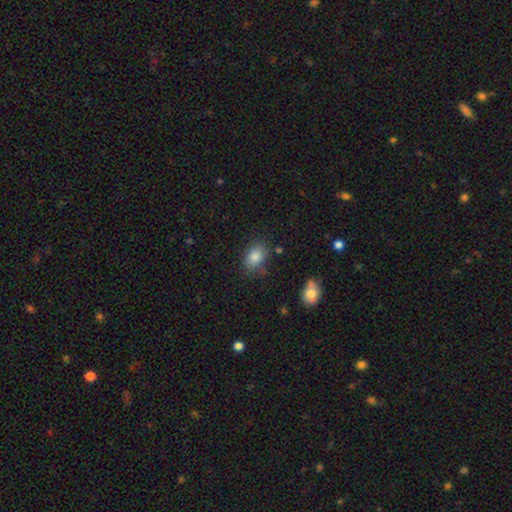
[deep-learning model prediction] A smooth galaxy with no disk features (84%) that is in between round and cigar-shaped (78%).

Vote fractions:
- Smooth or featured? smooth: 84% / star or artifact: 9% / featured or disk: 7%
- How rounded? in between: 78% / round: 21% / cigar-shaped: 1%
- Merging? none: 74% / minor disturbance: 18% / major disturbance: 5% / merger: 3%